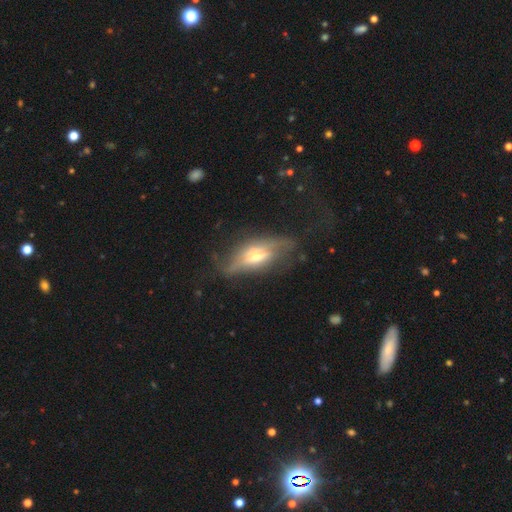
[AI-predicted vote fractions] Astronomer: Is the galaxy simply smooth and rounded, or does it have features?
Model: featured or disk — 70%.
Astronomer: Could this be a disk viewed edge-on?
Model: yes — 64%.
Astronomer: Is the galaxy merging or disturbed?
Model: none — 52%.